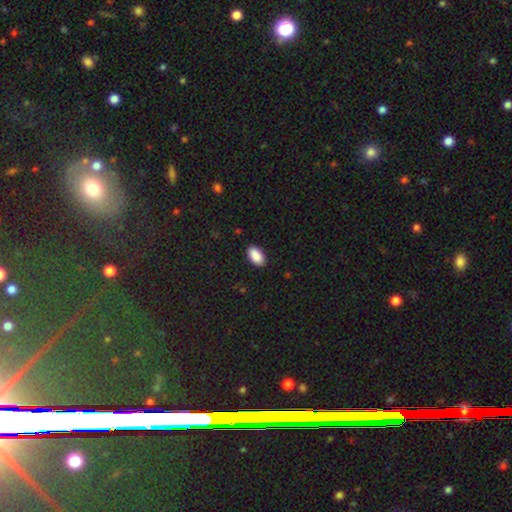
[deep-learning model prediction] Smooth or featured? Predicted: smooth (p=0.90). How rounded? Predicted: in between (p=0.95). Merging? Predicted: none (p=0.89).